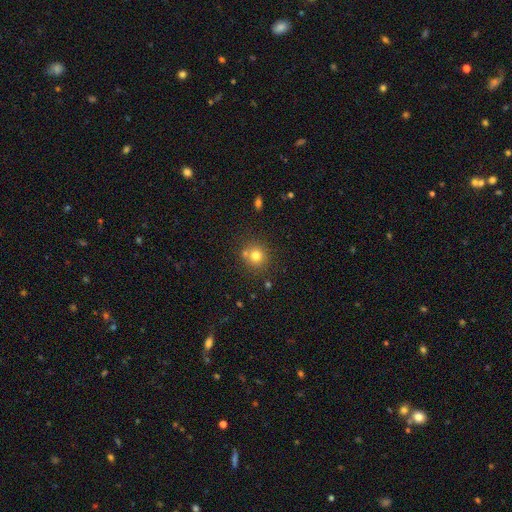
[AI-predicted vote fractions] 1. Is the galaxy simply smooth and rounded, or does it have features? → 76% smooth, 14% star or artifact, 10% featured or disk.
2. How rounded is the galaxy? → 89% round, 10% in between, 1% cigar-shaped.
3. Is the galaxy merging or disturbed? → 71% none, 17% merger, 9% minor disturbance, 3% major disturbance.